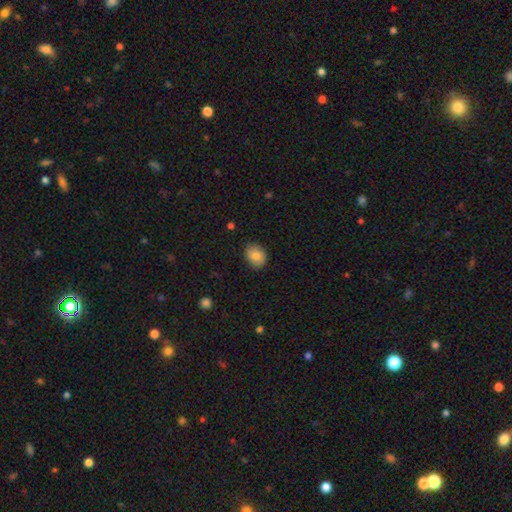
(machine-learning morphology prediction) smooth 83%, featured or disk 9%, star or artifact 8%. Down the decision tree: how rounded — in between (52%); merging — none (86%).